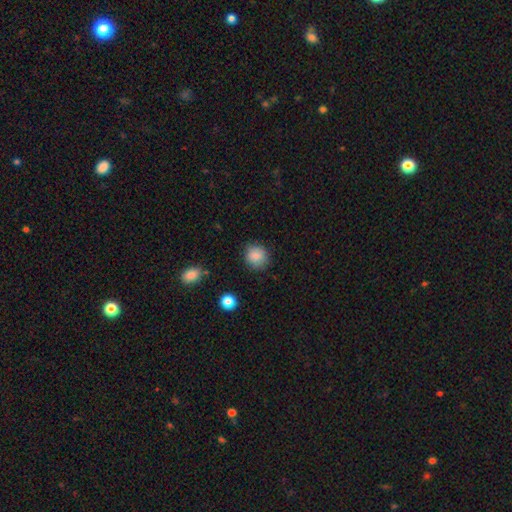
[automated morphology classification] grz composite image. It shows a smooth galaxy with no disk features (86%) that is round (84%). Merging: none (84%).